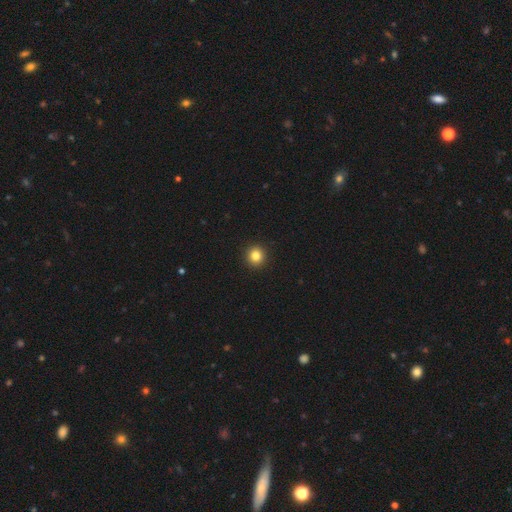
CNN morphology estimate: smooth 83%, star or artifact 12%, featured or disk 5%. Down the decision tree: how rounded — round (93%); merging — none (94%).